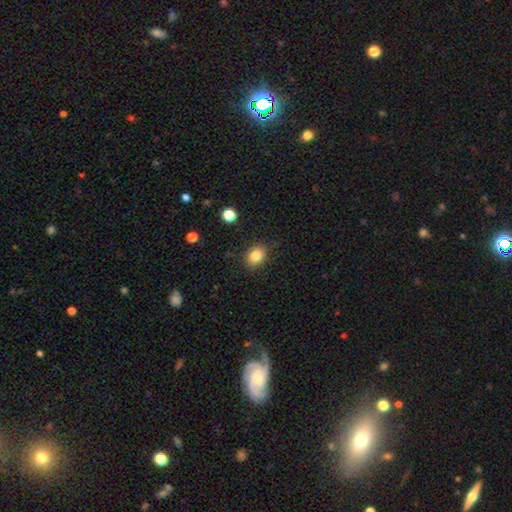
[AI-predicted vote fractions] Overall: smooth (85%). How rounded: in between (60%; round 39%). Merging: none (86%).